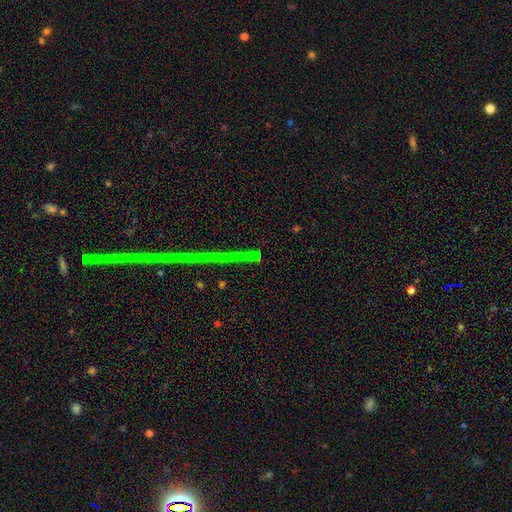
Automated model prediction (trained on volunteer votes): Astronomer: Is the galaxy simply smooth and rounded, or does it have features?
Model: star or artifact — 76%.